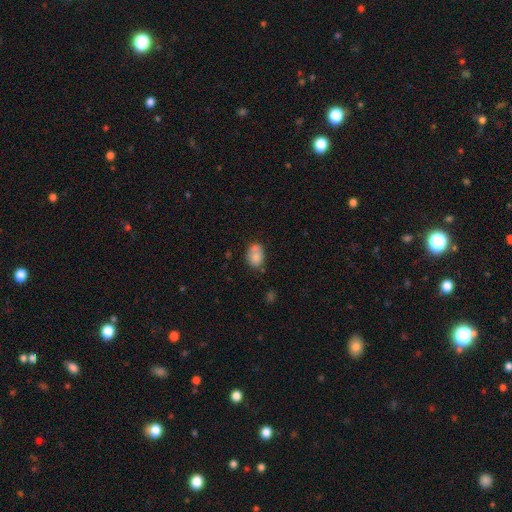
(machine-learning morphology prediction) smooth_or_featured: smooth (p=0.77) [alt: featured or disk p=0.14]
how_rounded: in between (p=0.70) [alt: round p=0.29]
merging: none (p=0.48) [alt: merger p=0.25]